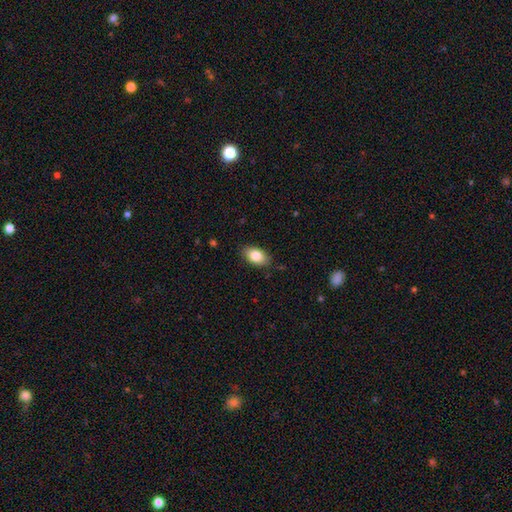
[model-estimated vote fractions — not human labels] Overall: smooth (83%). How rounded: in between (91%). Merging: none (84%).